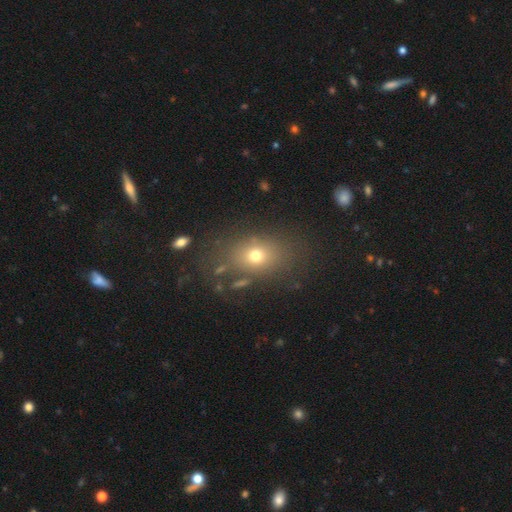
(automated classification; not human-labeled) smooth_or_featured: smooth (p=0.69) [alt: star or artifact p=0.17]
how_rounded: in between (p=0.62) [alt: round p=0.36]
merging: none (p=0.76) [alt: minor disturbance p=0.13]